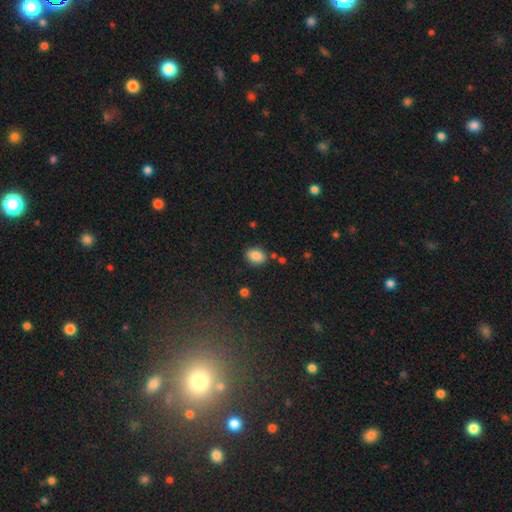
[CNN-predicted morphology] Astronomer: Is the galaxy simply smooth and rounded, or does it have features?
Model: smooth — 86%.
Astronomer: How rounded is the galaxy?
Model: in between — 68%.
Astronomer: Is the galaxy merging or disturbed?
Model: none — 81%.